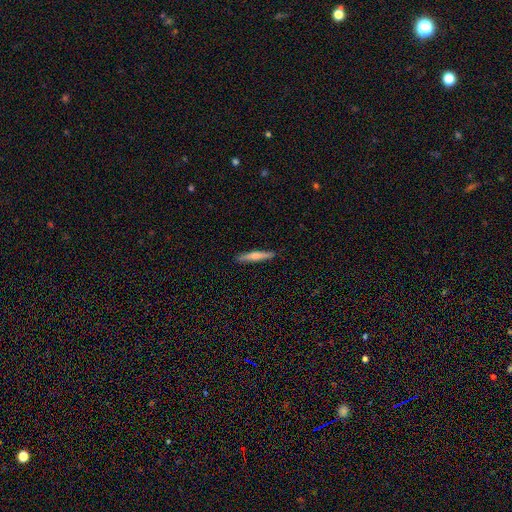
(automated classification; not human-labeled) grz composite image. It shows a smooth galaxy with no disk features (56%) that is cigar-shaped (93%). Merging: none (89%).